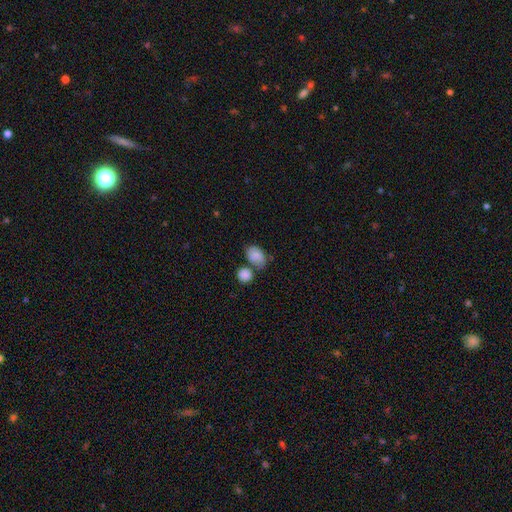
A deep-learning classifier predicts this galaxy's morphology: Smooth or featured? Predicted: smooth (p=0.81). How rounded? Predicted: in between (p=0.76). Merging? Predicted: none (p=0.42).